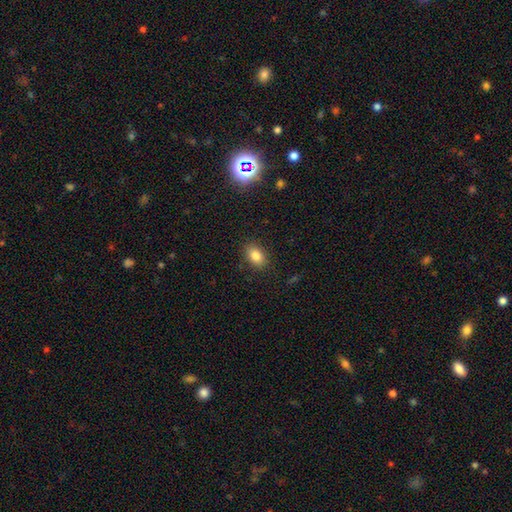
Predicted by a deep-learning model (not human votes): smooth_or_featured: smooth (p=0.84) [alt: star or artifact p=0.10]
how_rounded: in between (p=0.82) [alt: round p=0.16]
merging: none (p=0.86) [alt: minor disturbance p=0.10]